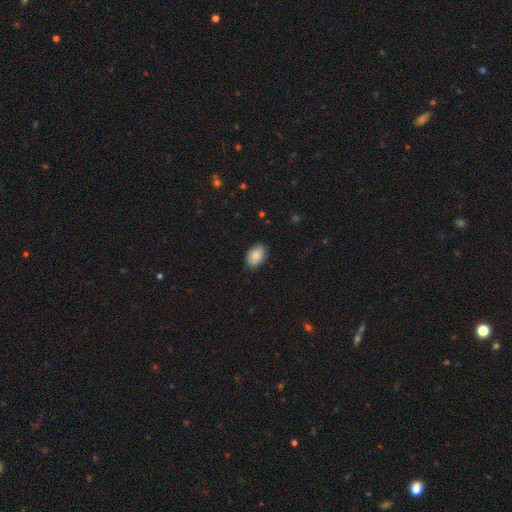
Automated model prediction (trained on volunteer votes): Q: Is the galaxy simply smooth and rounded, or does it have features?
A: smooth — 85%.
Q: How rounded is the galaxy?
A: in between — 89%.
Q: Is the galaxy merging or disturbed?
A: none — 81%.